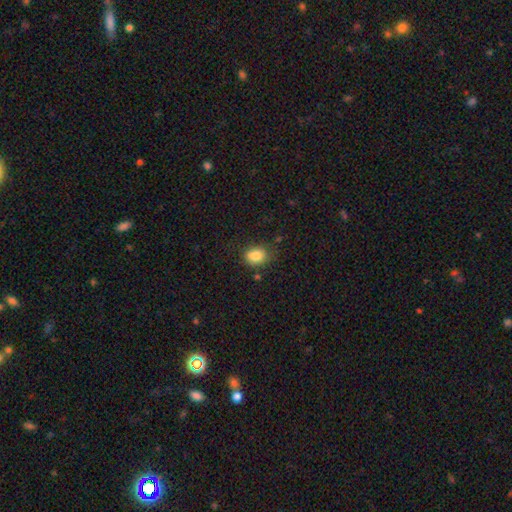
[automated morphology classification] type=smooth (84%); roundness=in between (57%); merging=none (71%).